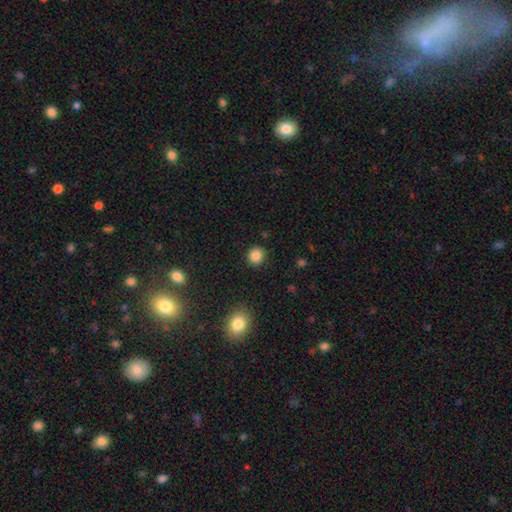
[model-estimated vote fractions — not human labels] This appears to be a smooth galaxy with no disk features (85%) that is round (86%). Merging: none (90%).